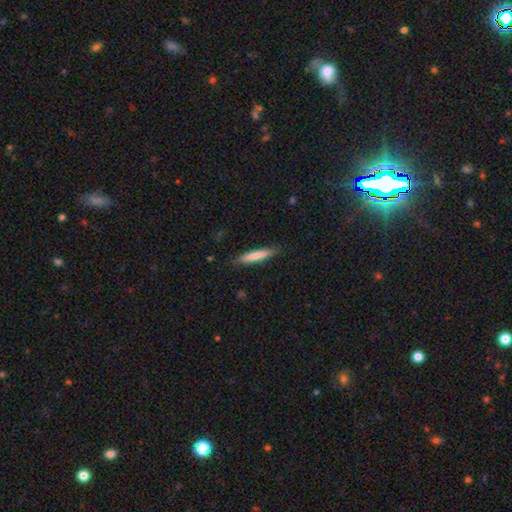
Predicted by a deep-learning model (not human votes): This appears to be a smooth galaxy with no disk features (76%) that is cigar-shaped (91%). Merging: none (86%).